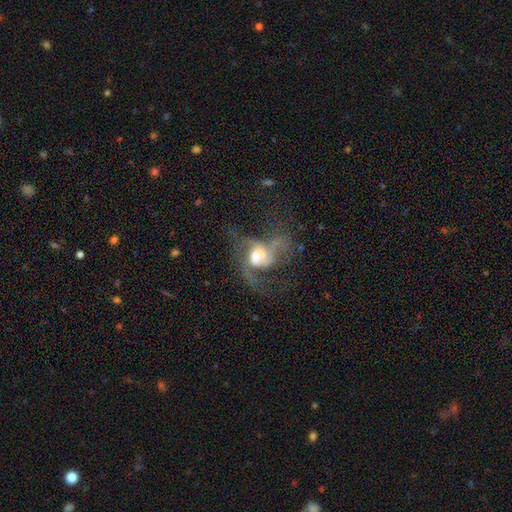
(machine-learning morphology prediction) A featured or disk galaxy (66%) with no bar (64%), spiral arms (67%) and a moderate central bulge (50%).

Vote fractions:
- Smooth or featured? featured or disk: 66% / smooth: 22% / star or artifact: 11%
- Edge-on disk? no: 97% / yes: 3%
- Bar? no: 64% / weak: 29% / strong: 7%
- Spiral arms? yes: 67% / no: 33%
- Bulge size? moderate: 50% / large: 25% / small: 16% / none: 5% / dominant: 4%
- Merging? major disturbance: 46% / merger: 22% / none: 21% / minor disturbance: 11%